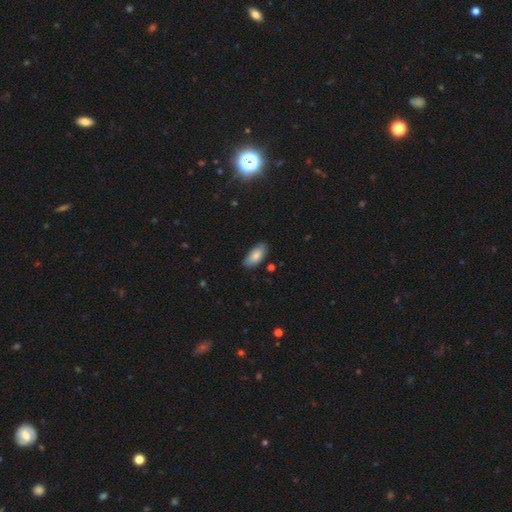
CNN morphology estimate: smooth_or_featured: smooth (p=0.85) [alt: featured or disk p=0.09]
how_rounded: in between (p=0.92) [alt: cigar-shaped p=0.06]
merging: none (p=0.83) [alt: minor disturbance p=0.14]